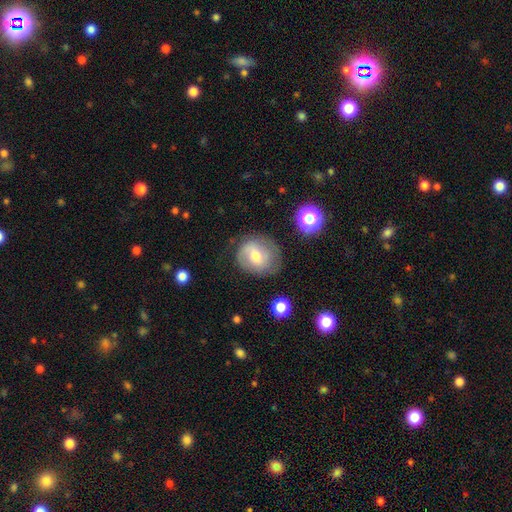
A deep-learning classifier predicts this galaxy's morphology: Smooth or featured: smooth — 49% (featured or disk — 41%)
Merging: none — 67% (minor disturbance — 22%)